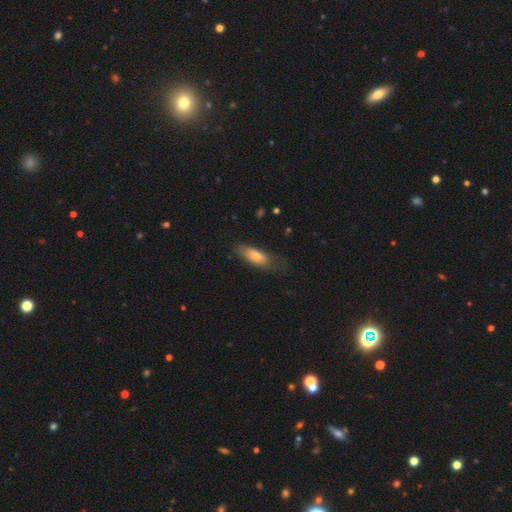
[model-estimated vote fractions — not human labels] A smooth galaxy with no disk features (65%) that is in between round and cigar-shaped (54%).

Vote fractions:
- Smooth or featured? smooth: 65% / featured or disk: 26% / star or artifact: 8%
- How rounded? in between: 54% / cigar-shaped: 43% / round: 2%
- Merging? none: 66% / minor disturbance: 25% / major disturbance: 7% / merger: 2%